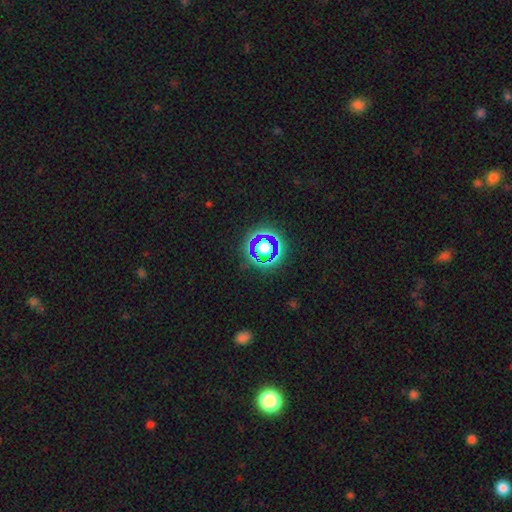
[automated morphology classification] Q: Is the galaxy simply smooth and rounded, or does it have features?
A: star or artifact — 73%.